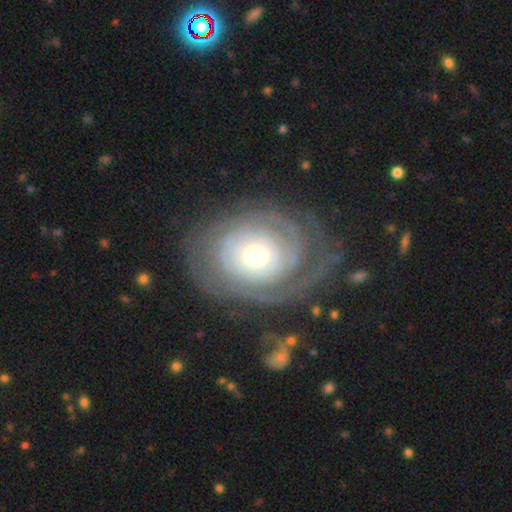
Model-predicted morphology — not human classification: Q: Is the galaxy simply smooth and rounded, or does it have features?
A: featured or disk — 81%.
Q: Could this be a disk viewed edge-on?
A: no — 96%.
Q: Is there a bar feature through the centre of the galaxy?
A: no — 81%.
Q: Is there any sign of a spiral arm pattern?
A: yes — 88%.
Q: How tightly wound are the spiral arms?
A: tight — 76%.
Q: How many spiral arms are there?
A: can't tell — 38%.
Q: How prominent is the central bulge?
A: moderate — 60%.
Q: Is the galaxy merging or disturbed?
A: none — 68%.